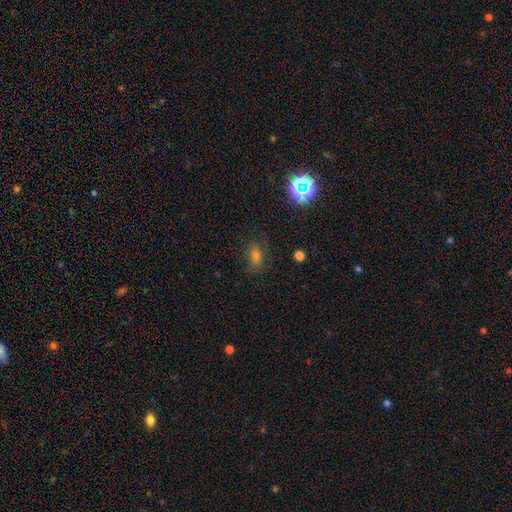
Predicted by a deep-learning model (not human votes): smooth_or_featured: smooth (p=0.59) [alt: star or artifact p=0.27]
how_rounded: in between (p=0.76) [alt: round p=0.18]
merging: none (p=0.78) [alt: minor disturbance p=0.15]